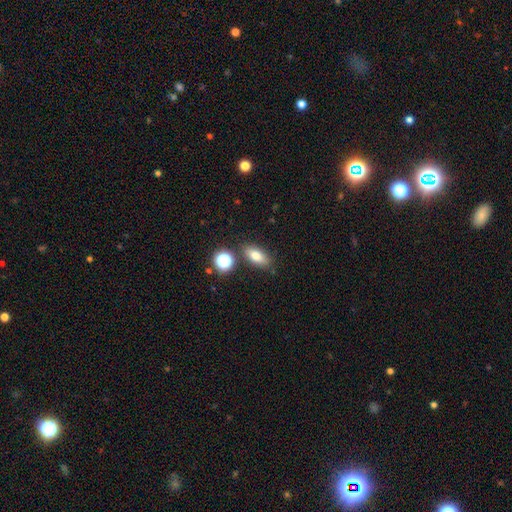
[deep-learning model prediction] smooth-or-featured: smooth: 77% | featured or disk: 12% | star or artifact: 11%
  how-rounded: in between: 81% | cigar-shaped: 11% | round: 9%
  merging: none: 80% | minor disturbance: 11% | merger: 7% | major disturbance: 3%